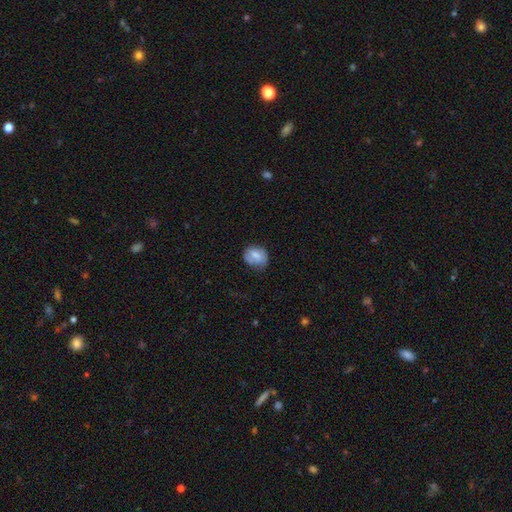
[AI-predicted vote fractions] Smooth or featured? smooth (70%)
How rounded? round (55%)
Merging? none (58%)